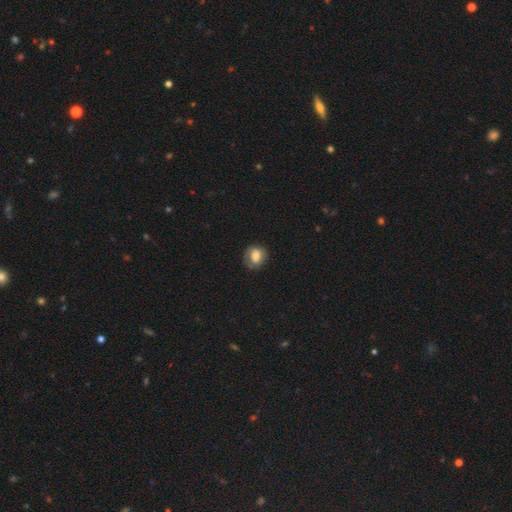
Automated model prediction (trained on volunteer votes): Overall: smooth (68%). How rounded: round (56%; in between 42%). Merging: none (67%).